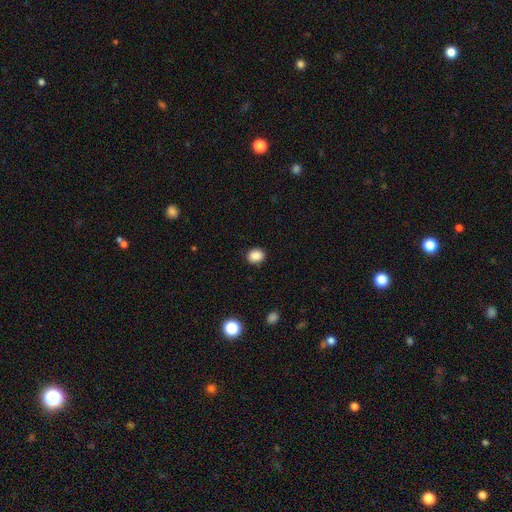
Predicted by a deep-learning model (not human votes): Overall: smooth (87%). How rounded: round (65%; in between 34%). Merging: none (90%).